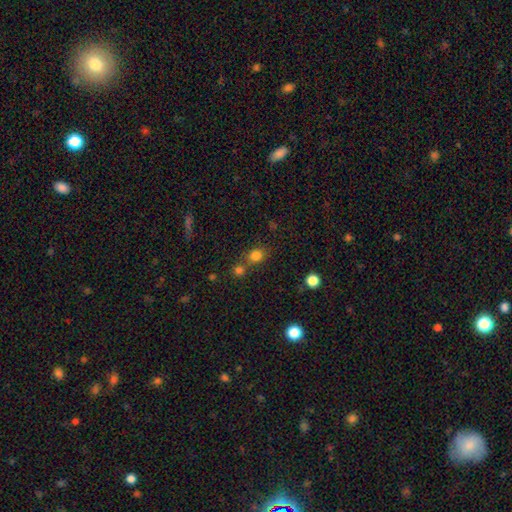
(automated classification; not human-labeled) Smooth or featured? smooth (78%)
How rounded? round (73%)
Merging? none (60%)